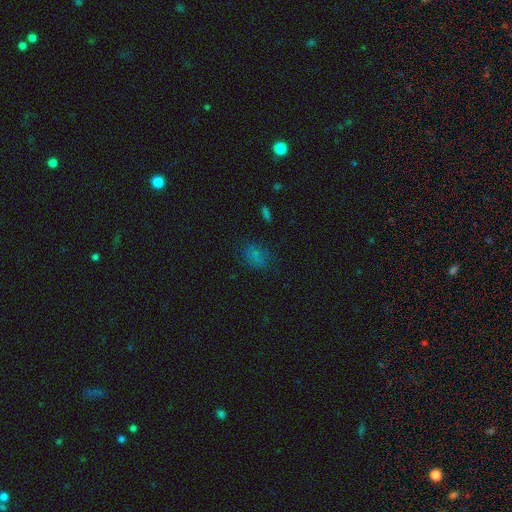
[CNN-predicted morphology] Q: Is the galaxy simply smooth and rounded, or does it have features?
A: smooth — 66%.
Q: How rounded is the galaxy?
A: in between — 73%.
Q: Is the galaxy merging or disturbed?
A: none — 63%.